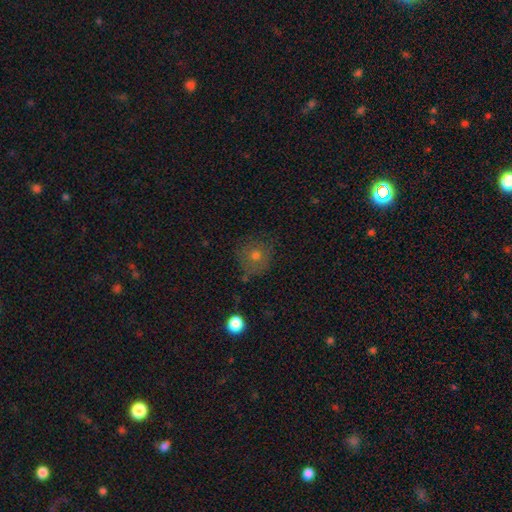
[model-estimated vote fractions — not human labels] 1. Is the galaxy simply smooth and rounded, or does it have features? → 65% smooth, 18% featured or disk, 17% star or artifact.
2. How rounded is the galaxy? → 89% round, 10% in between, 1% cigar-shaped.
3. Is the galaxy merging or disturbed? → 72% none, 18% minor disturbance, 7% major disturbance, 3% merger.